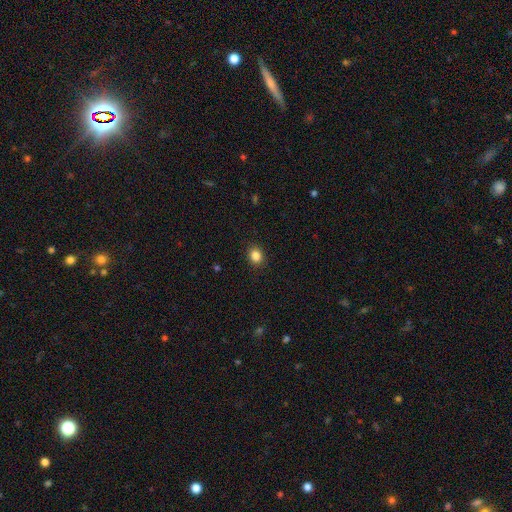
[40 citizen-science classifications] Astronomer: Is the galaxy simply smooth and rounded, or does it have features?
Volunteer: smooth — 82%.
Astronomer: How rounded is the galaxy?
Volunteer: round — 64%.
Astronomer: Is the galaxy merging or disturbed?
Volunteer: none — 91%.